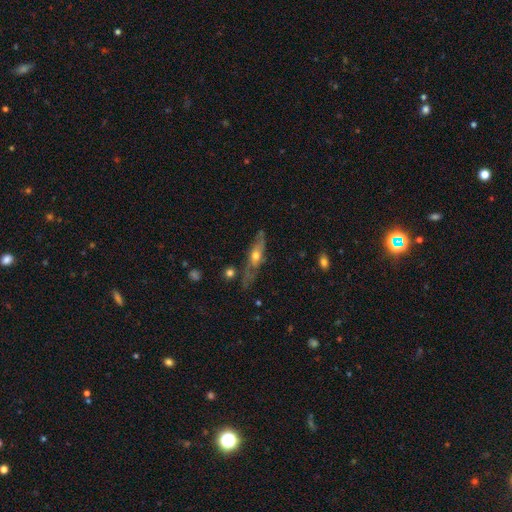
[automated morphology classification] This appears to be a featured or disk galaxy (57%) viewed edge-on (60%). Merging: none (53%).